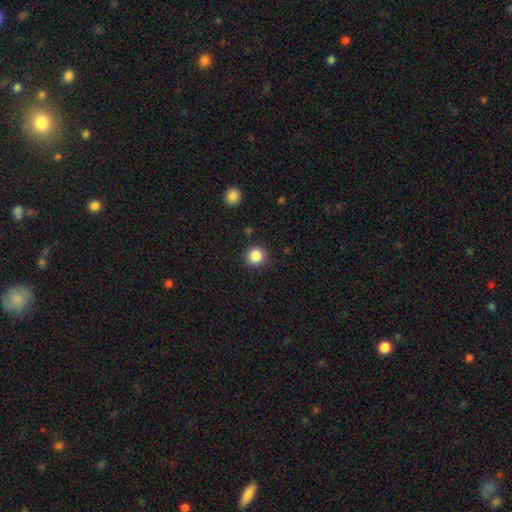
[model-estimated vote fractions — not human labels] The model was most divided on "smooth or featured": smooth: 85%, star or artifact: 10%, featured or disk: 4%. More confident: how rounded — round (94%); merging — none (91%).